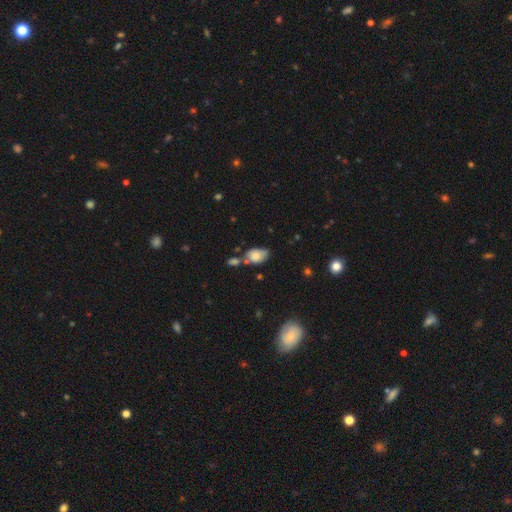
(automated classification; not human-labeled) Overall: smooth (77%). How rounded: in between (84%). Merging: none (40%; minor disturbance 27%).